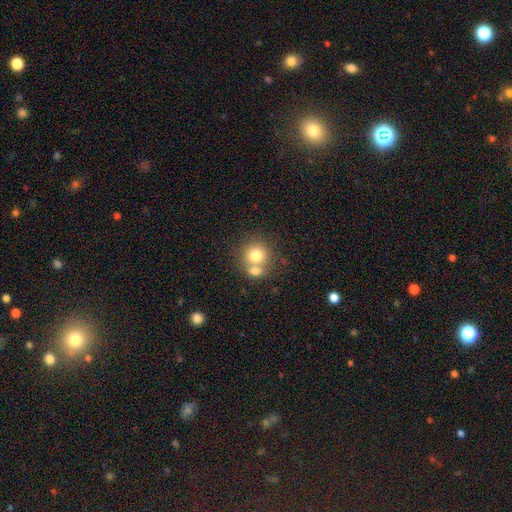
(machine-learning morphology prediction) smooth_or_featured: smooth (p=0.75) [alt: featured or disk p=0.14]
how_rounded: round (p=0.86) [alt: in between p=0.13]
merging: merger (p=0.47) [alt: none p=0.44]